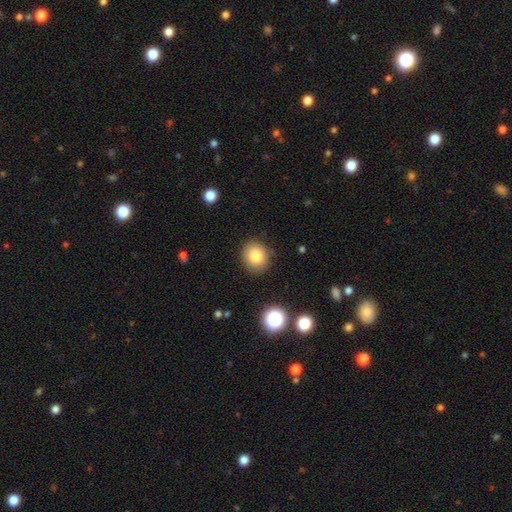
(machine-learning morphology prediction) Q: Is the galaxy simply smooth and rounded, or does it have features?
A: smooth — 84%.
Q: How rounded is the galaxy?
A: round — 71%.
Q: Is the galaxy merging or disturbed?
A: none — 86%.